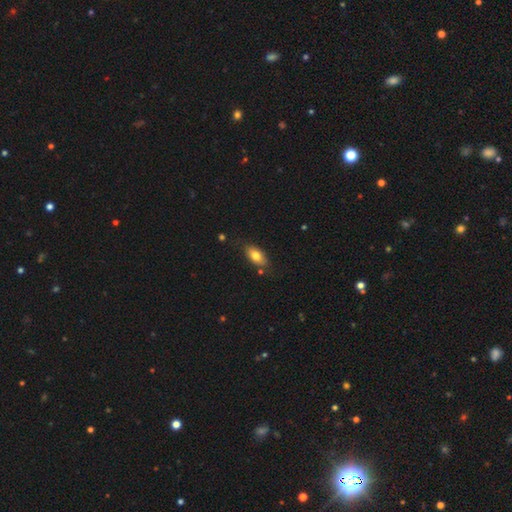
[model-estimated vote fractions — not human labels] Smooth or featured?
  - smooth: 78% *
  - featured or disk: 14%
  - star or artifact: 7%
How rounded?
  - in between: 89% *
  - cigar-shaped: 6%
  - round: 5%
Merging?
  - none: 77% *
  - minor disturbance: 16%
  - merger: 4%
  - major disturbance: 3%